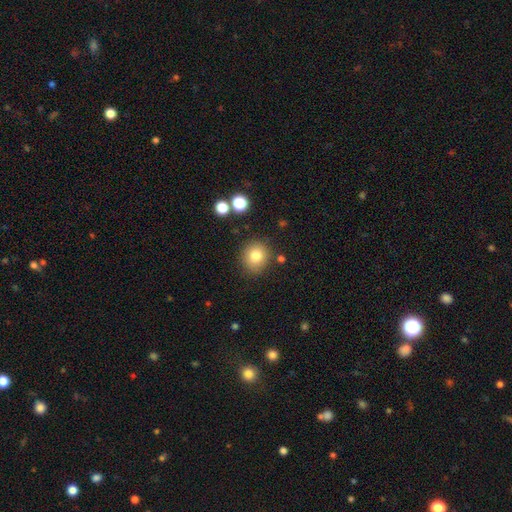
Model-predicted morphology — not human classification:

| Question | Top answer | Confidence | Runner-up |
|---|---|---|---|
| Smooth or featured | smooth | 80% | star or artifact (11%) |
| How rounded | round | 86% | in between (13%) |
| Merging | none | 84% | minor disturbance (10%) |